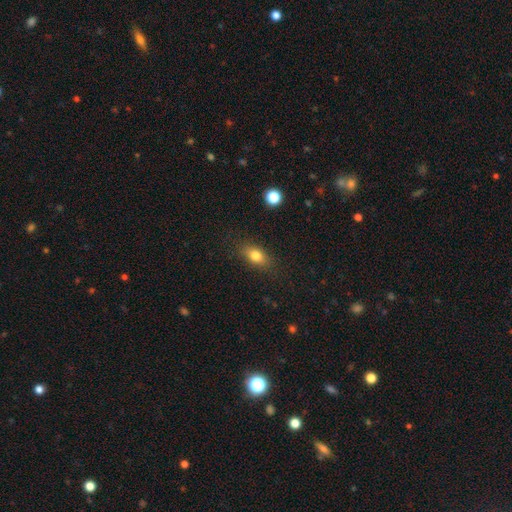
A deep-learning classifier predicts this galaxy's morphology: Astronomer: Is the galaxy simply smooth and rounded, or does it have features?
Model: smooth — 80%.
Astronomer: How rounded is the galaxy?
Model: in between — 79%.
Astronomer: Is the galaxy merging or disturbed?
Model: none — 84%.